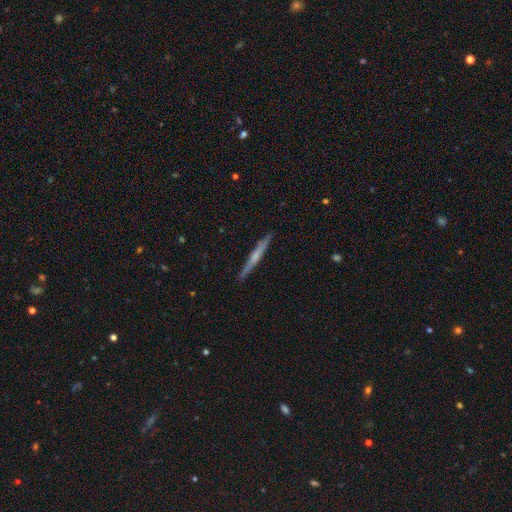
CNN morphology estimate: Smooth or featured? featured or disk (57%)
Edge-on disk? yes (97%)
Edge-on bulge? rounded (50%)
Merging? none (90%)